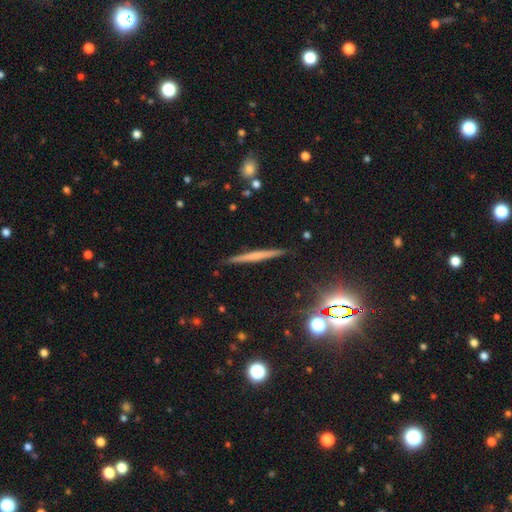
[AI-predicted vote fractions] The model was most divided on "smooth or featured": featured or disk: 46%, smooth: 41%, star or artifact: 13%. More confident: merging — none (90%).